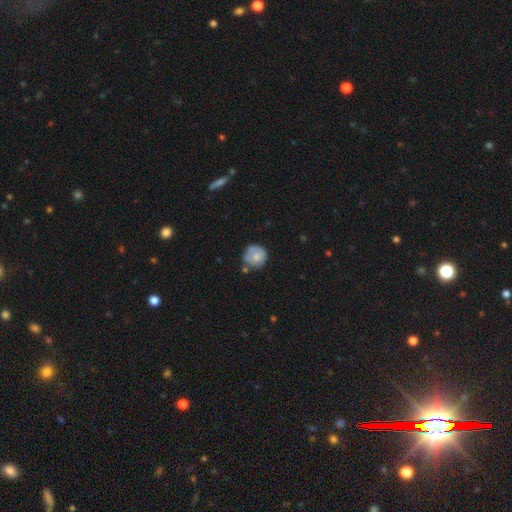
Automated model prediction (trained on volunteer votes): smooth_or_featured: smooth (p=0.69) [alt: featured or disk p=0.24]
how_rounded: round (p=0.90) [alt: in between p=0.09]
merging: none (p=0.64) [alt: minor disturbance p=0.24]